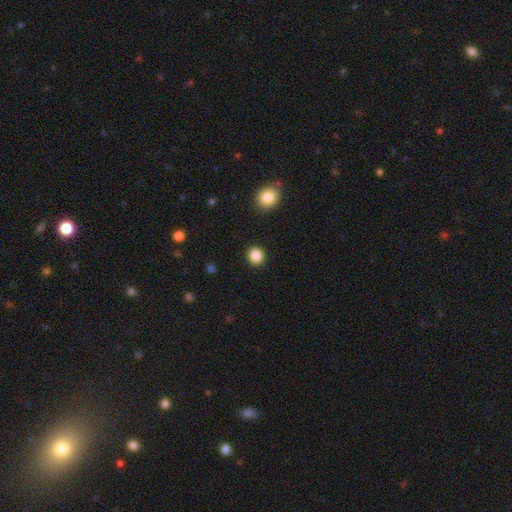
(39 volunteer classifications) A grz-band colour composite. It shows a smooth galaxy with no disk features (90%) that is round (89%). Merging: none (100%).